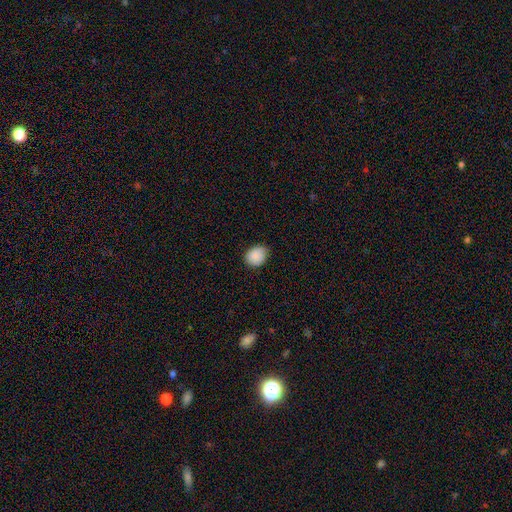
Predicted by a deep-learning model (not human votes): smooth_or_featured: smooth (p=0.89) [alt: star or artifact p=0.08]
how_rounded: round (p=0.53) [alt: in between p=0.46]
merging: none (p=0.81) [alt: minor disturbance p=0.16]